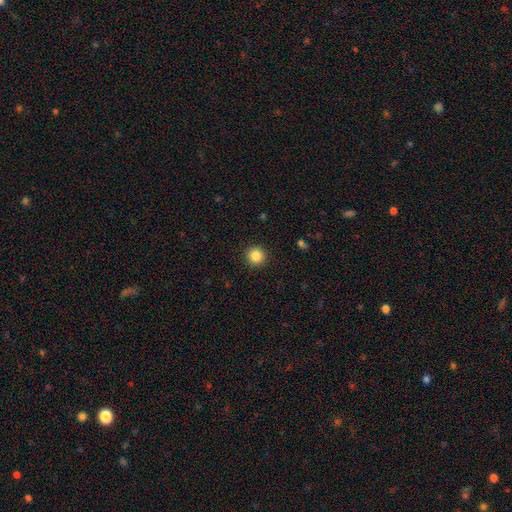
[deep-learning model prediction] This is clearly a smooth galaxy (86%). How rounded: clearly round (94%). Merging: clearly none (92%).